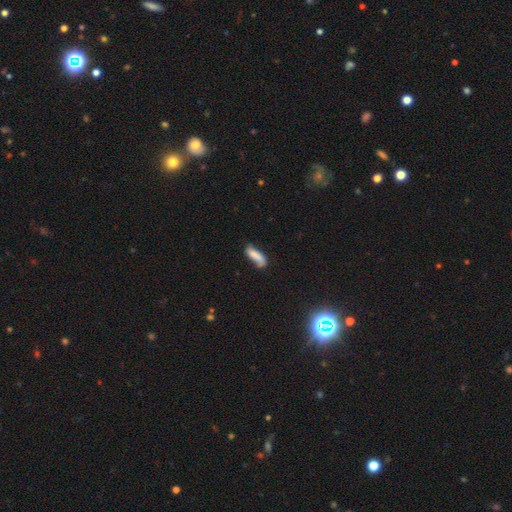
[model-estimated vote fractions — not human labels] Smooth or featured? smooth (72%)
How rounded? cigar-shaped (50%)
Merging? none (52%)